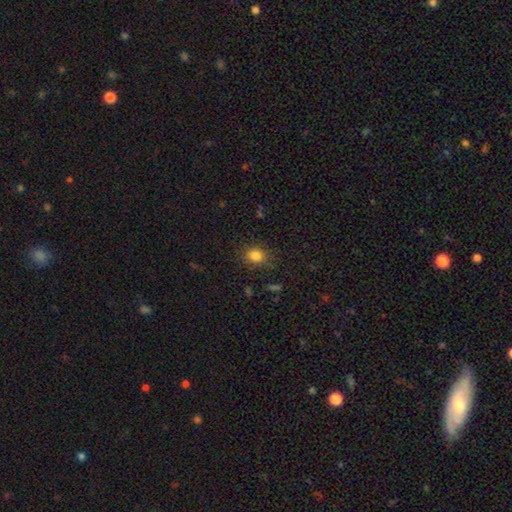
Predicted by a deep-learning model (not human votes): A smooth galaxy with no disk features (82%) that is round (59%).

Vote fractions:
- Smooth or featured? smooth: 82% / star or artifact: 12% / featured or disk: 6%
- How rounded? round: 59% / in between: 40% / cigar-shaped: 1%
- Merging? none: 82% / minor disturbance: 13% / major disturbance: 4% / merger: 1%